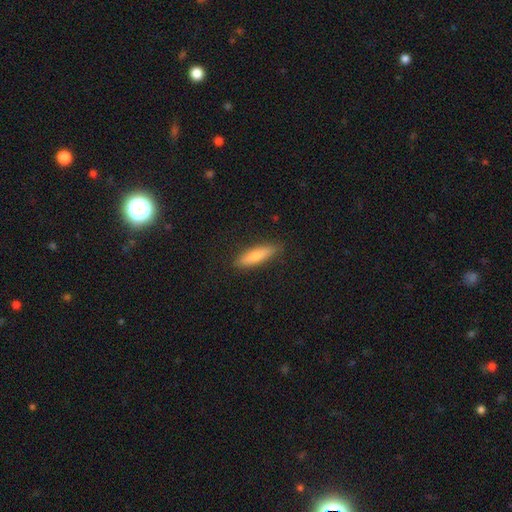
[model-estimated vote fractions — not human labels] A smooth galaxy with no disk features (75%) that is cigar-shaped (70%). Merging: none (87%).